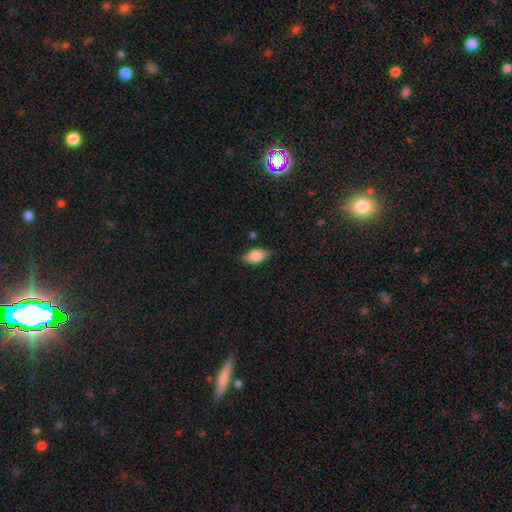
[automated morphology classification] A smooth galaxy with no disk features (82%) that is in between round and cigar-shaped (89%). Merging: none (75%).